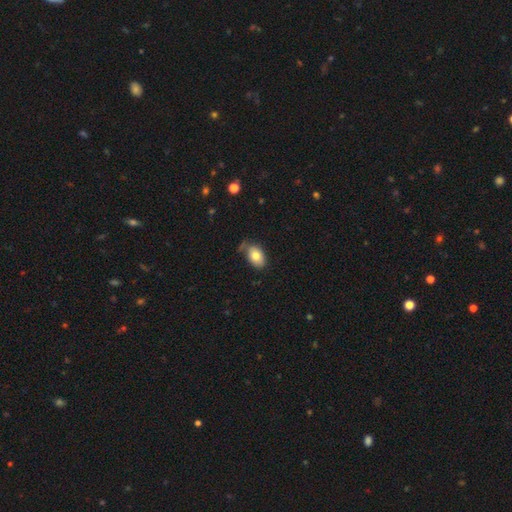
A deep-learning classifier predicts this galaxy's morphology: This appears to be a smooth galaxy with no disk features (80%) that is in between round and cigar-shaped (90%). Merging: none (65%).